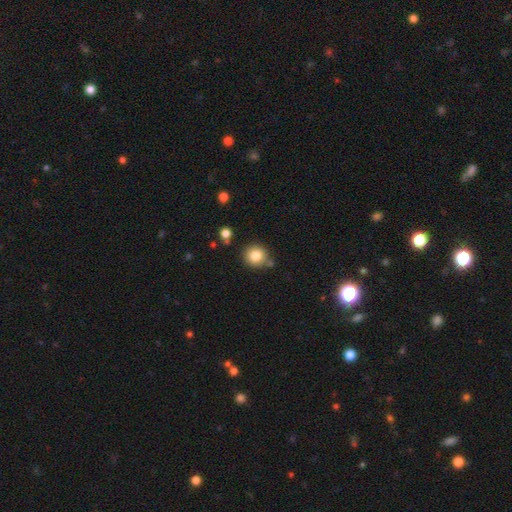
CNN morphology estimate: smooth 82%, star or artifact 10%, featured or disk 8%. Down the decision tree: how rounded — round (90%); merging — none (79%).